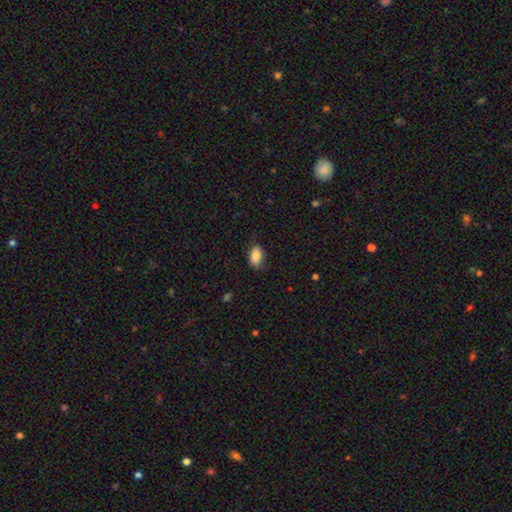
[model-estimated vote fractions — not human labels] Morphology: type=smooth (85%); roundness=in between (90%); merging=none (78%).